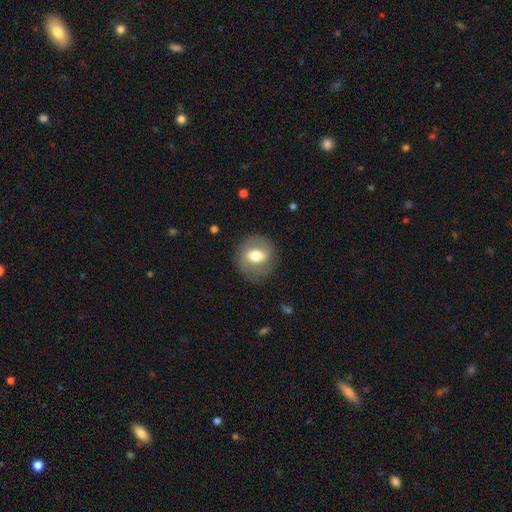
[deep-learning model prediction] This appears to be a smooth galaxy with no disk features (54%) that is round (71%). Merging: none (82%).